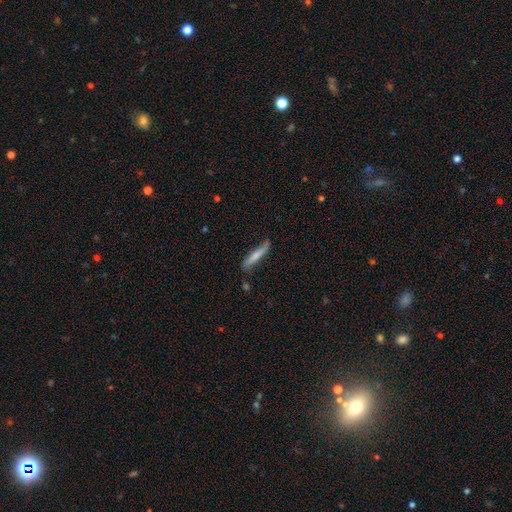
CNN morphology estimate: Overall: smooth (67%; featured or disk 28%). How rounded: cigar-shaped (90%). Merging: none (68%).